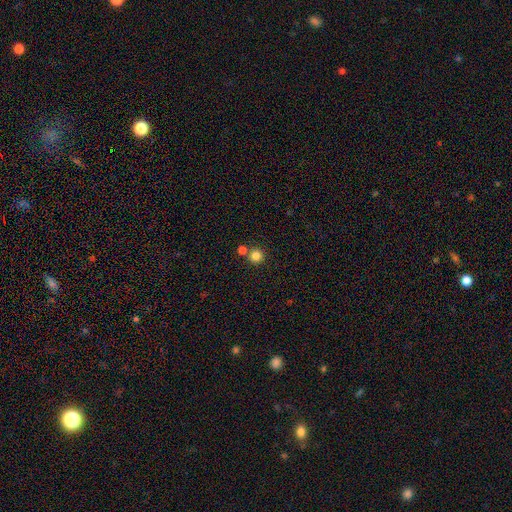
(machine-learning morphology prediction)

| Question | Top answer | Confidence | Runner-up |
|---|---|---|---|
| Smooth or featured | smooth | 83% | star or artifact (13%) |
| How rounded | round | 95% | in between (4%) |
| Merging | none | 74% | merger (18%) |